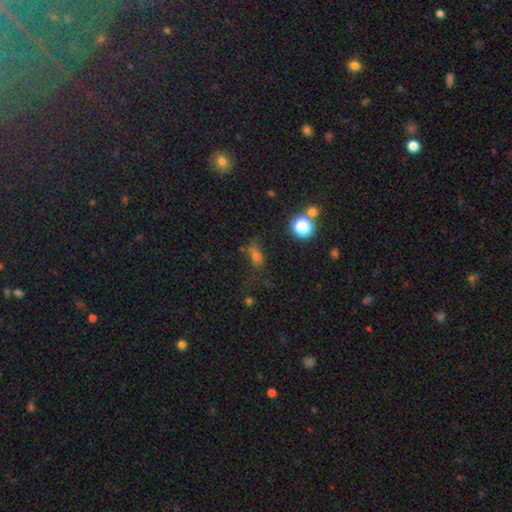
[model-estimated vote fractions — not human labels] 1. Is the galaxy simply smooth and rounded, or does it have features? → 56% smooth, 30% star or artifact, 13% featured or disk.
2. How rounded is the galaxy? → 60% in between, 29% round, 11% cigar-shaped.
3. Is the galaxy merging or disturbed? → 50% none, 21% minor disturbance, 17% major disturbance, 12% merger.